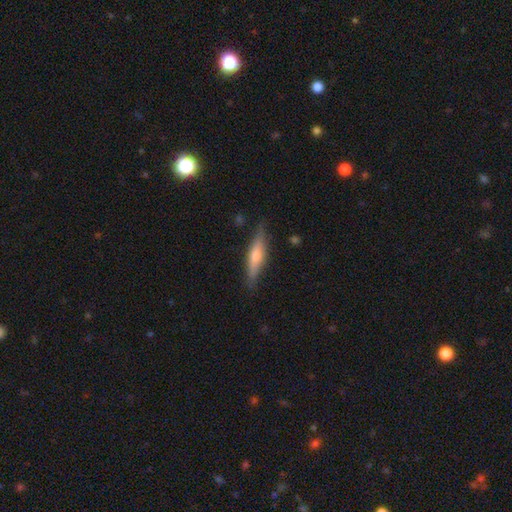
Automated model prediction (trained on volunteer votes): Smooth or featured: featured or disk — 53% (smooth — 41%)
Edge-on disk: yes — 93% (no — 7%)
Merging: none — 84% (minor disturbance — 12%)